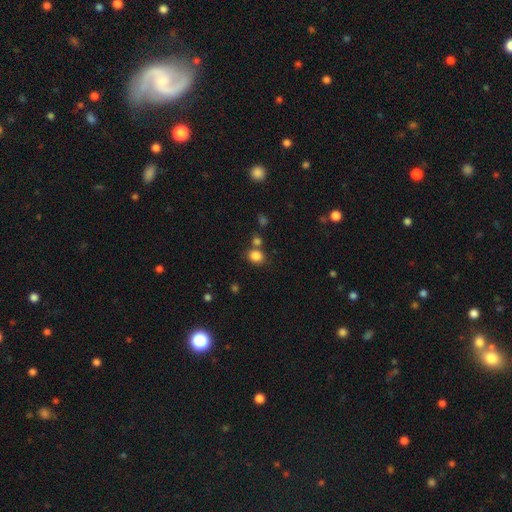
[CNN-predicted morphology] This is clearly a smooth galaxy (83%). How rounded: likely round (65%). Merging: likely none (67%).